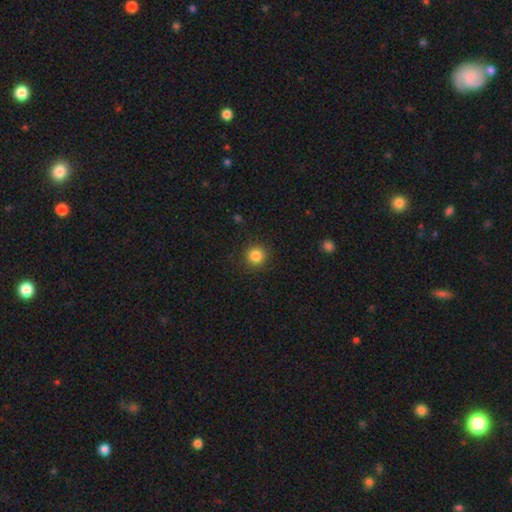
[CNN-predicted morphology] smooth 85%, star or artifact 11%, featured or disk 4%. Down the decision tree: how rounded — round (94%); merging — none (90%).